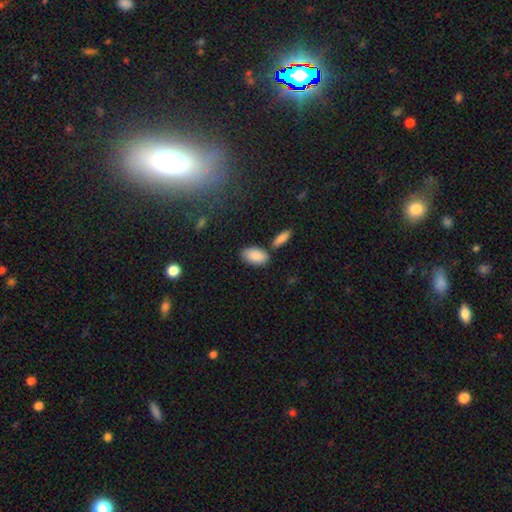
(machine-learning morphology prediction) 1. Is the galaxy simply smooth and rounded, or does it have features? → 87% smooth, 6% featured or disk, 6% star or artifact.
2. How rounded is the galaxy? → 93% in between, 4% cigar-shaped, 3% round.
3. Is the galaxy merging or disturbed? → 70% none, 13% merger, 13% minor disturbance, 3% major disturbance.